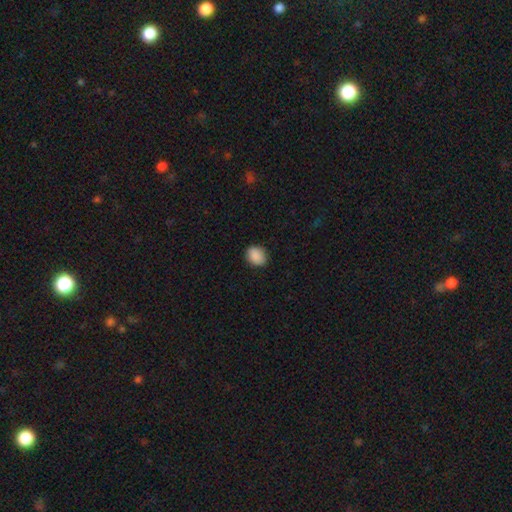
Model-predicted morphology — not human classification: This is clearly a smooth galaxy (89%). How rounded: possibly in between (51%). Merging: clearly none (87%).